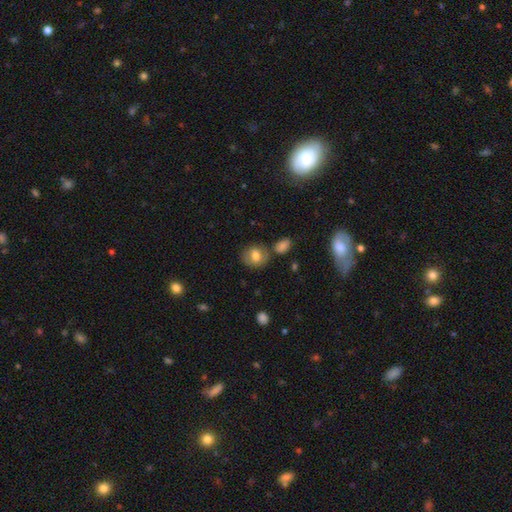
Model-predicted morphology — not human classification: Q: Smooth or featured?
A: smooth (70%); runner-up: featured or disk (21%)
Q: How rounded?
A: round (69%); runner-up: in between (29%)
Q: Merging?
A: none (69%); runner-up: minor disturbance (15%)